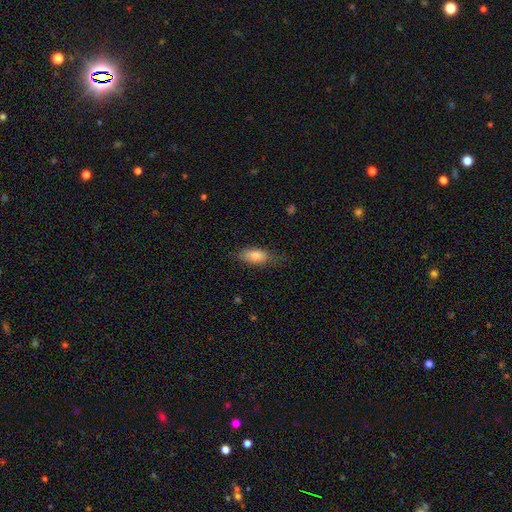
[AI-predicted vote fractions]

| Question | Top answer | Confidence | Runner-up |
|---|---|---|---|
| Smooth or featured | smooth | 81% | featured or disk (12%) |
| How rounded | in between | 79% | cigar-shaped (18%) |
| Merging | none | 67% | minor disturbance (24%) |